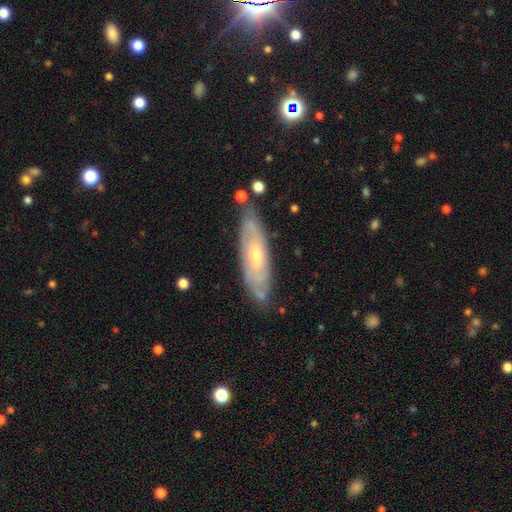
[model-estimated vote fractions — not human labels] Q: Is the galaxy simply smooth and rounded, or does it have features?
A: featured or disk — 73%.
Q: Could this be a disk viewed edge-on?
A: no — 74%.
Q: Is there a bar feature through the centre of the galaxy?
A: no — 64%.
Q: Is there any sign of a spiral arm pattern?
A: yes — 84%.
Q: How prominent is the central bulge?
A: small — 51%.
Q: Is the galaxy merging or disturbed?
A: none — 78%.